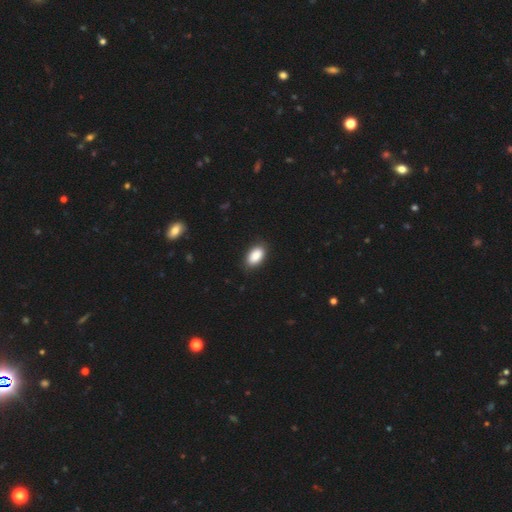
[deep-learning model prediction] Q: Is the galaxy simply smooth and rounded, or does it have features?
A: smooth — 89%.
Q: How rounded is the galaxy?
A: in between — 93%.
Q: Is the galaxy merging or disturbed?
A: none — 86%.